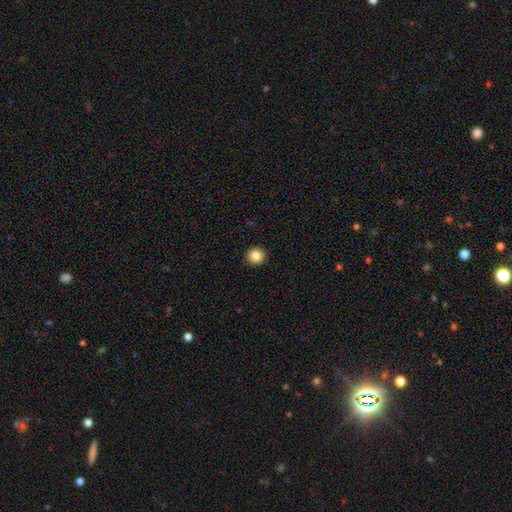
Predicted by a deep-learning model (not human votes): A smooth galaxy with no disk features (86%) that is round (94%). Merging: none (93%).